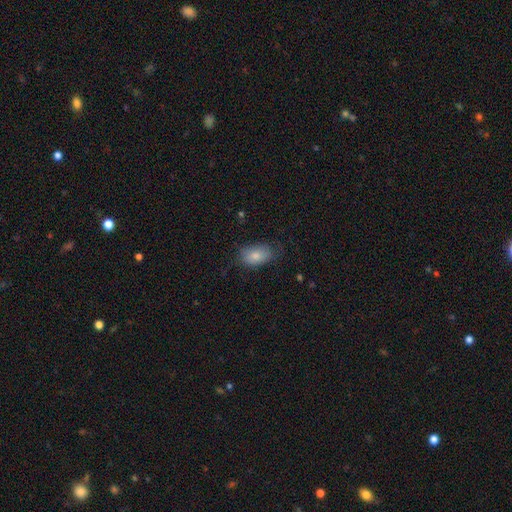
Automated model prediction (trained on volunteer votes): Q: Smooth or featured?
A: smooth (81%); runner-up: featured or disk (12%)
Q: How rounded?
A: in between (90%); runner-up: round (8%)
Q: Merging?
A: none (65%); runner-up: minor disturbance (25%)